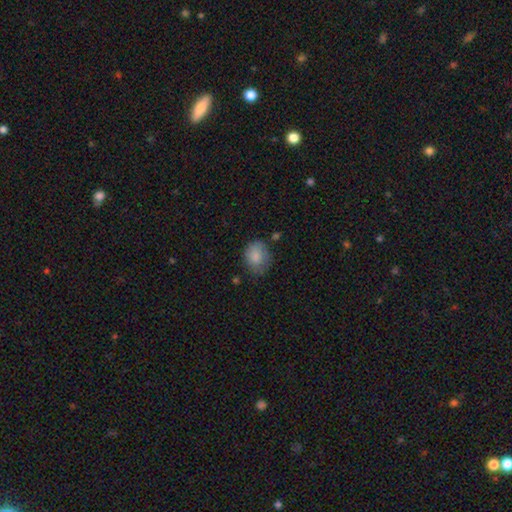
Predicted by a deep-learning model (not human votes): Smooth or featured? smooth (82%)
How rounded? round (54%)
Merging? none (59%)